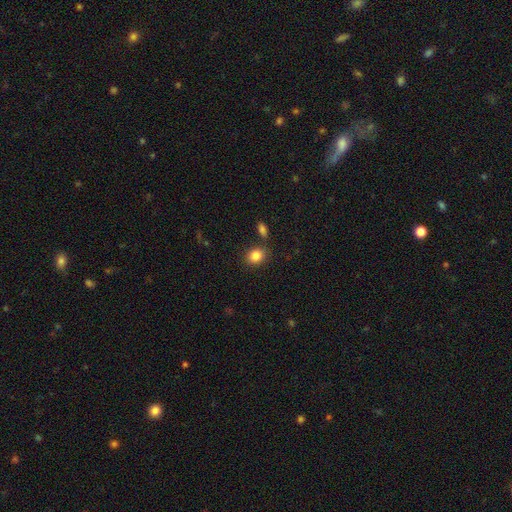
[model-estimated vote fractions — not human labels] Smooth or featured? Predicted: smooth (p=0.85). How rounded? Predicted: in between (p=0.50). Merging? Predicted: none (p=0.79).